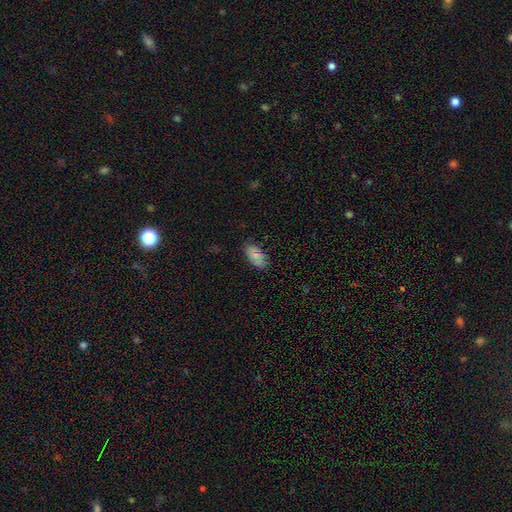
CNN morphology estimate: Smooth or featured? Predicted: smooth (p=0.72). How rounded? Predicted: in between (p=0.94). Merging? Predicted: none (p=0.82).